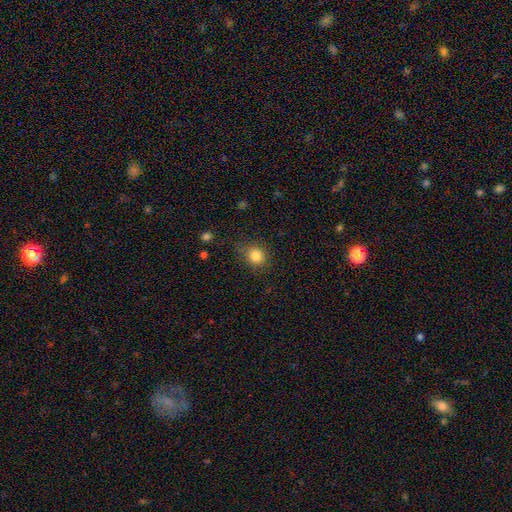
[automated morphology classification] Smooth or featured? Predicted: smooth (p=0.83). How rounded? Predicted: round (p=0.81). Merging? Predicted: none (p=0.78).